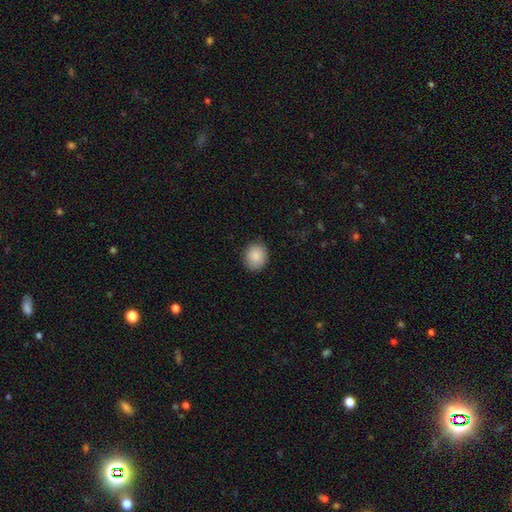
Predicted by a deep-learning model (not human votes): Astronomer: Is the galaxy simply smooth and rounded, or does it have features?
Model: smooth — 88%.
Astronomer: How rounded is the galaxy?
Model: round — 76%.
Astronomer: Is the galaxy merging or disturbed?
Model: none — 88%.